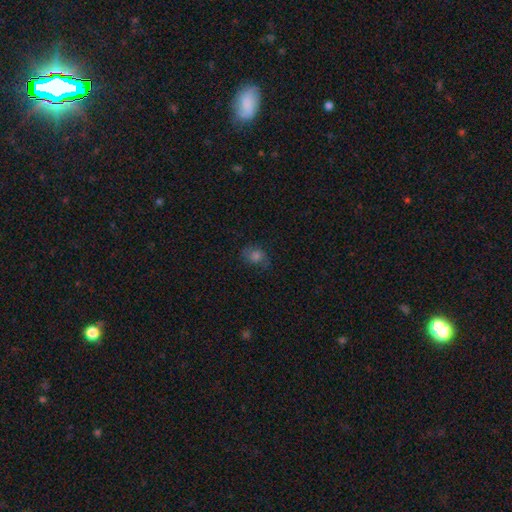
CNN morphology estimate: smooth-or-featured: smooth: 62% | star or artifact: 20% | featured or disk: 18%
  how-rounded: round: 51% | in between: 48% | cigar-shaped: 1%
  merging: none: 67% | minor disturbance: 21% | major disturbance: 10% | merger: 1%